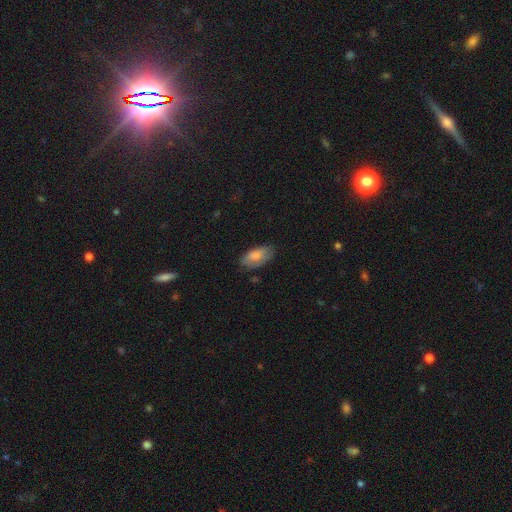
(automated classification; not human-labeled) A smooth galaxy with no disk features (80%) that is in between round and cigar-shaped (92%).

Vote fractions:
- Smooth or featured? smooth: 80% / featured or disk: 13% / star or artifact: 6%
- How rounded? in between: 92% / cigar-shaped: 6% / round: 3%
- Merging? none: 71% / minor disturbance: 23% / major disturbance: 5% / merger: 1%